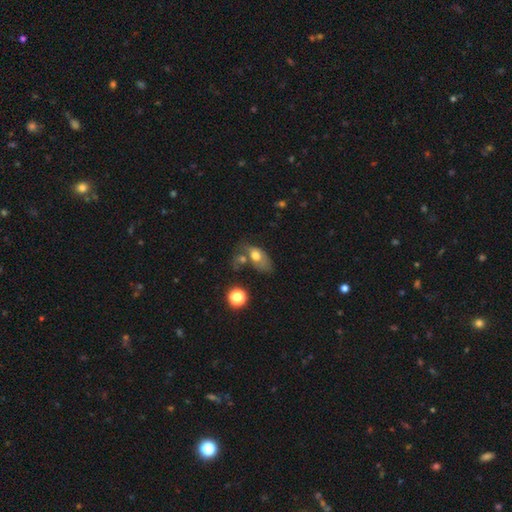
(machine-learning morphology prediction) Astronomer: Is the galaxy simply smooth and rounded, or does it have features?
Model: smooth — 65%.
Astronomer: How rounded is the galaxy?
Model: in between — 83%.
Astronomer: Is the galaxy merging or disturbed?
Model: merger — 33% (runner-up: none, 30%).